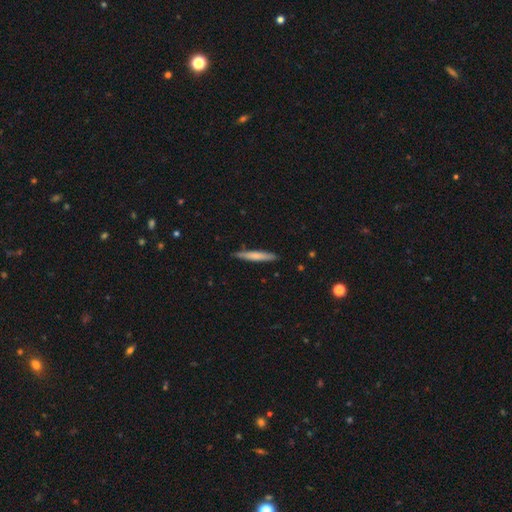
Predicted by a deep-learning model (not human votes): smooth-or-featured: smooth: 68% | featured or disk: 27% | star or artifact: 5%
  how-rounded: cigar-shaped: 95% | in between: 4% | round: 1%
  merging: none: 87% | minor disturbance: 10% | major disturbance: 2% | merger: 1%